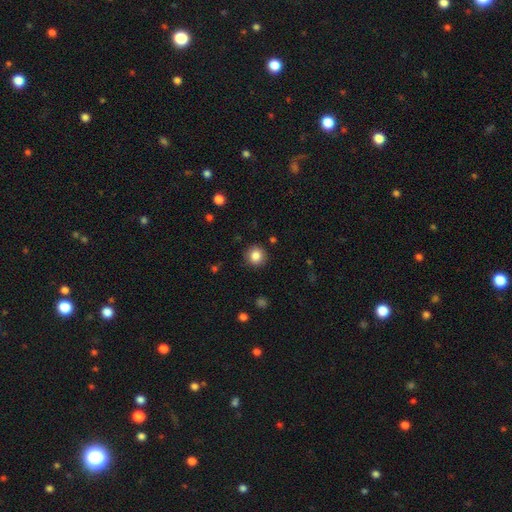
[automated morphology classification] Smooth or featured? Predicted: smooth (p=0.85). How rounded? Predicted: round (p=0.91). Merging? Predicted: none (p=0.89).